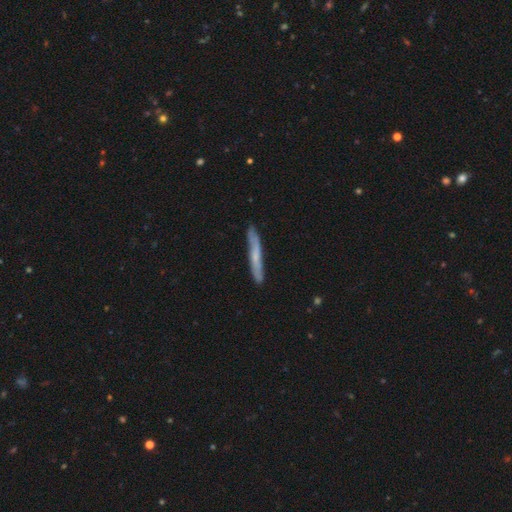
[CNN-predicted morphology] smooth_or_featured: featured or disk (p=0.51) [alt: smooth p=0.43]
disk_edge_on: yes (p=0.76) [alt: no p=0.24]
merging: none (p=0.82) [alt: minor disturbance p=0.14]